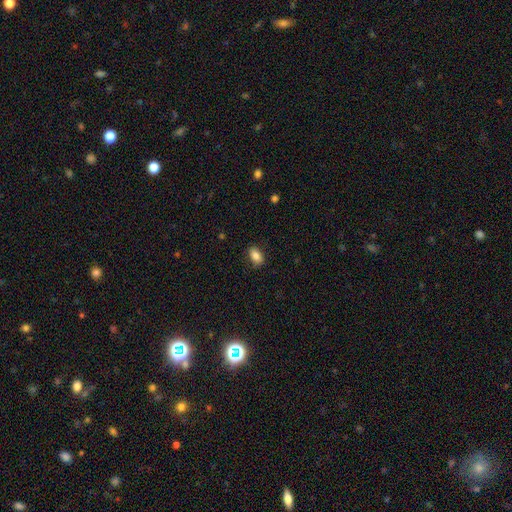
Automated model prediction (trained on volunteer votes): Q: Smooth or featured?
A: smooth (85%); runner-up: star or artifact (8%)
Q: How rounded?
A: in between (86%); runner-up: round (11%)
Q: Merging?
A: none (85%); runner-up: minor disturbance (11%)